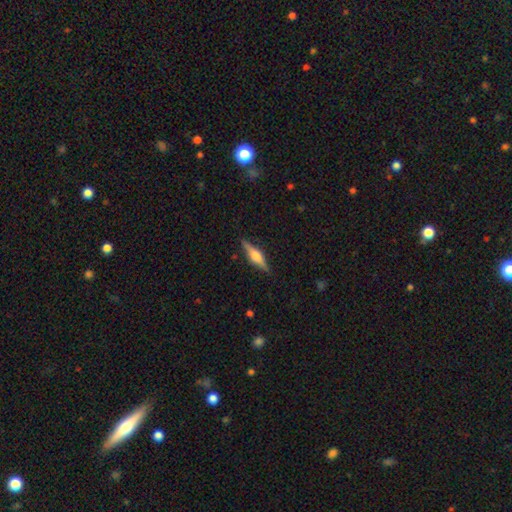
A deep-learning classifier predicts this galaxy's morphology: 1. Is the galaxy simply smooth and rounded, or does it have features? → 71% featured or disk, 22% smooth, 6% star or artifact.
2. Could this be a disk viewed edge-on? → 97% yes, 3% no.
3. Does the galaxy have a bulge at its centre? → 87% rounded, 11% boxy, 2% none.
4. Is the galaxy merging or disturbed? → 89% none, 8% minor disturbance, 2% major disturbance, 1% merger.